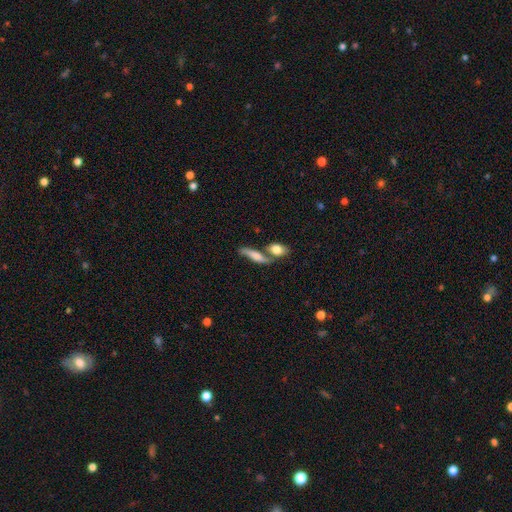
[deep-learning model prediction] Overall: smooth (54%; featured or disk 37%). How rounded: cigar-shaped (54%; in between 41%). Merging: merger (40%; none 39%).